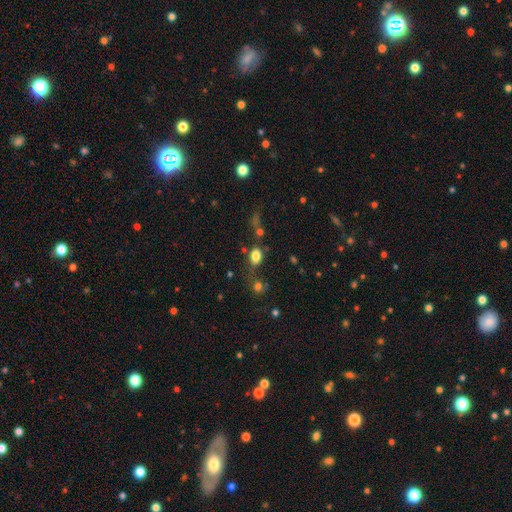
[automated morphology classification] Smooth or featured: smooth — 81% (star or artifact — 12%)
How rounded: in between — 78% (round — 20%)
Merging: none — 64% (minor disturbance — 16%)